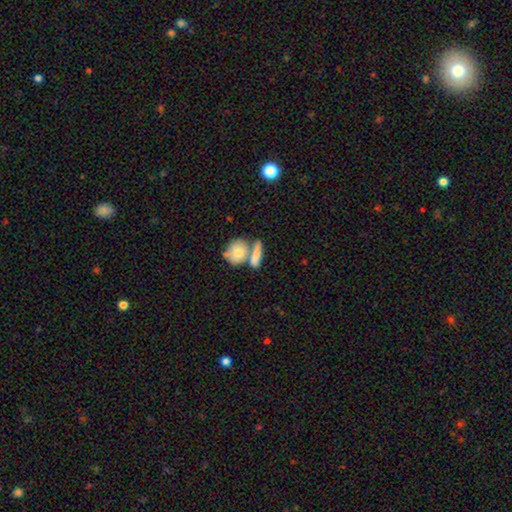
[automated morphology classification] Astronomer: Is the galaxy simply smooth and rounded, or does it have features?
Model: smooth — 74%.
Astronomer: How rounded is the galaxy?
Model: in between — 49% (runner-up: cigar-shaped, 26%).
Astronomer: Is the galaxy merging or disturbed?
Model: merger — 42% (runner-up: none, 41%).